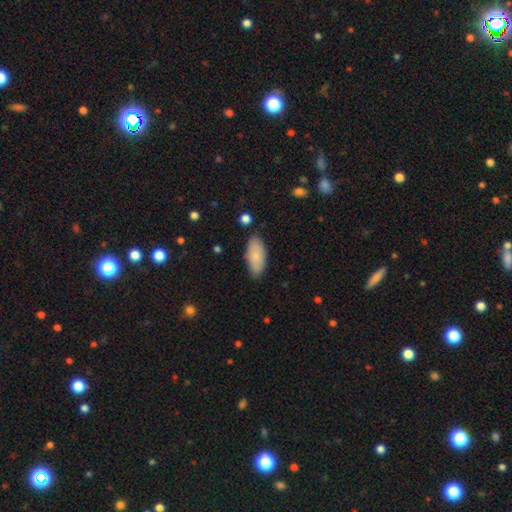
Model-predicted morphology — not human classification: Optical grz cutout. It shows a smooth galaxy with no disk features (84%) that is in between round and cigar-shaped (85%). Merging: none (85%).